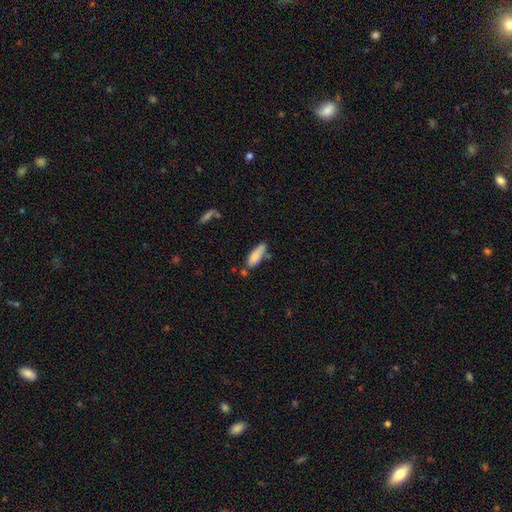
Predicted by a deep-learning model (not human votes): smooth 84%, featured or disk 9%, star or artifact 7%. Down the decision tree: how rounded — in between (56%); merging — none (60%).